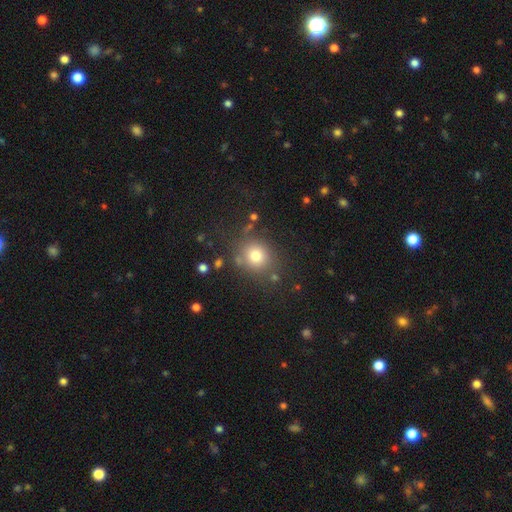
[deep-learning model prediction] The model was most divided on "smooth or featured": smooth: 76%, star or artifact: 15%, featured or disk: 9%. More confident: how rounded — round (83%); merging — none (78%).